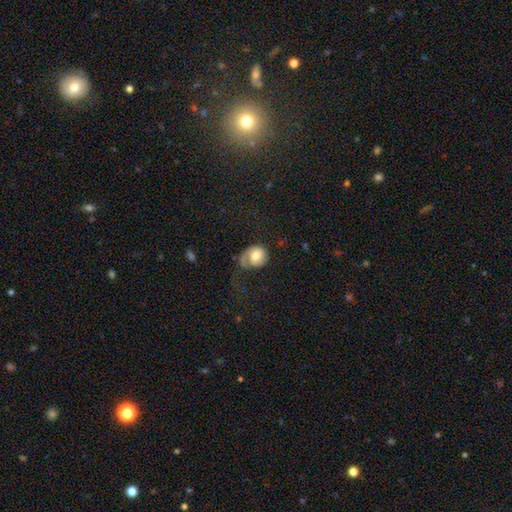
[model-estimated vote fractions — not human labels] smooth-or-featured: smooth: 62% | featured or disk: 31% | star or artifact: 7%
  how-rounded: round: 62% | in between: 37% | cigar-shaped: 1%
  merging: major disturbance: 42% | none: 30% | minor disturbance: 26% | merger: 3%